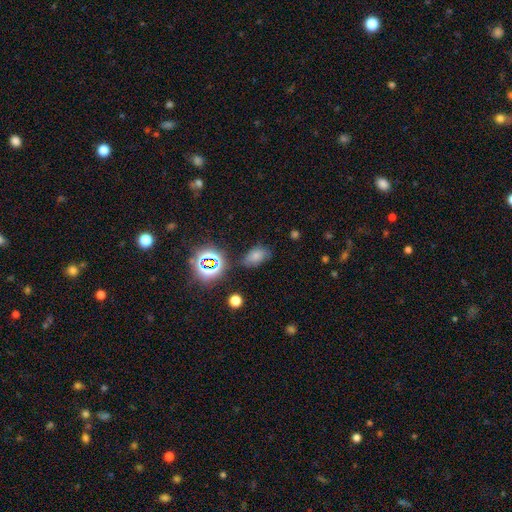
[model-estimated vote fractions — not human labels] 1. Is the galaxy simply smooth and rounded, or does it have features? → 66% smooth, 23% star or artifact, 11% featured or disk.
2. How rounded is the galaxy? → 87% in between, 10% round, 2% cigar-shaped.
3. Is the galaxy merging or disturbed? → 70% none, 20% minor disturbance, 6% major disturbance, 4% merger.